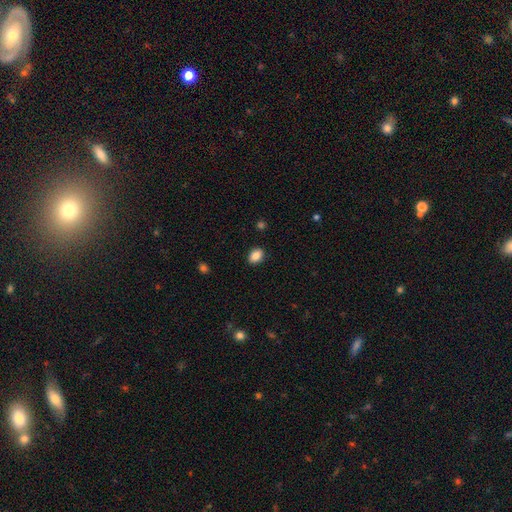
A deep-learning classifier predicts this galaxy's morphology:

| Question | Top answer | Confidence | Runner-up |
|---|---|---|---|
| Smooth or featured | smooth | 87% | star or artifact (9%) |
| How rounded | in between | 70% | round (29%) |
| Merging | none | 89% | minor disturbance (8%) |